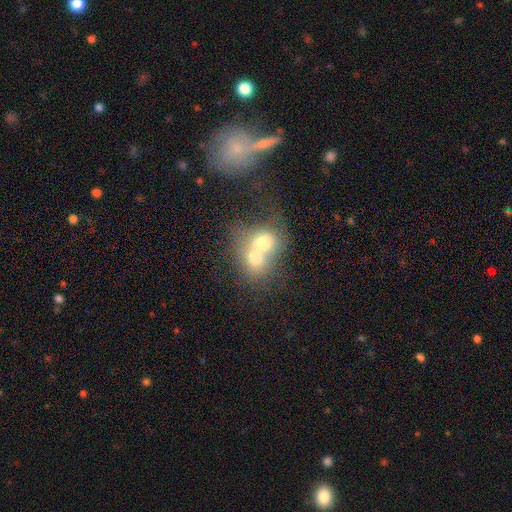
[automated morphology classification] This is likely a smooth galaxy (64%). How rounded: likely round (61%). Merging: likely merger (78%).